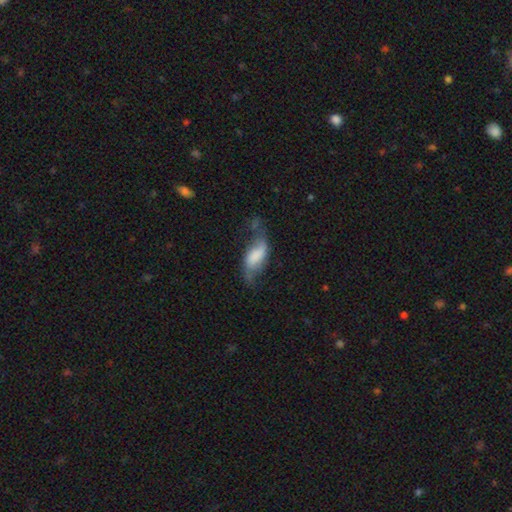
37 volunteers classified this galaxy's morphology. A featured or disk galaxy (54%) with a weak bar (42%), 2 (94%) loose (94%) spiral arms (84%) and no central bulge (42%). Merging: none (43%).